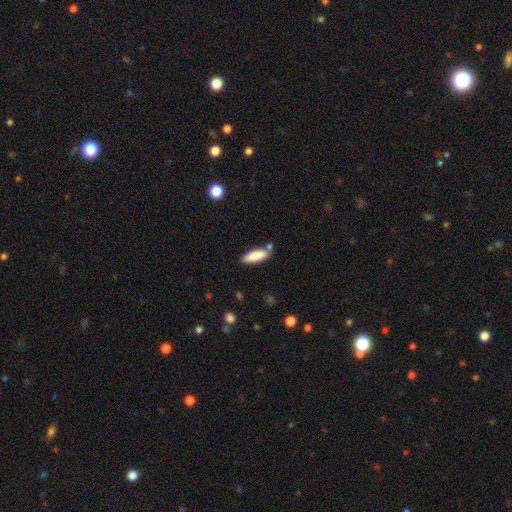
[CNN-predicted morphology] Q: Smooth or featured?
A: smooth (86%); runner-up: featured or disk (7%)
Q: How rounded?
A: in between (63%); runner-up: cigar-shaped (36%)
Q: Merging?
A: none (70%); runner-up: minor disturbance (15%)